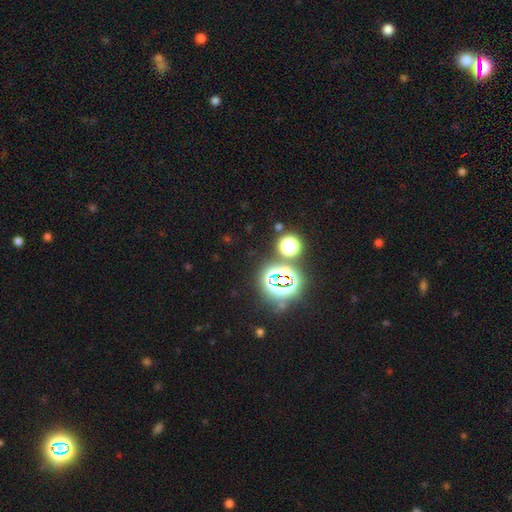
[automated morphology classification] This appears to be a star or artifact, not a galaxy (79%).